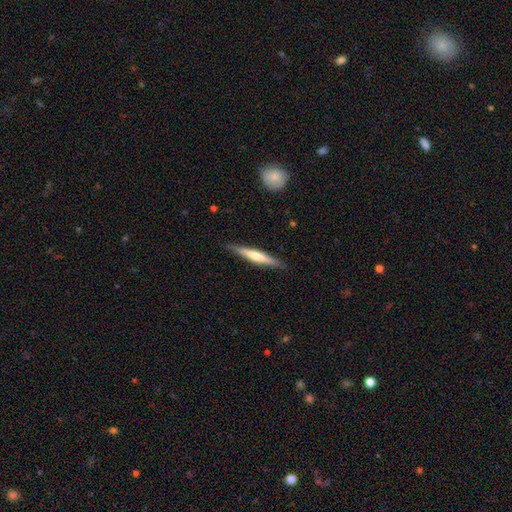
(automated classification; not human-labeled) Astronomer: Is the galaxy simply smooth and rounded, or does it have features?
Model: featured or disk — 48% (runner-up: smooth, 47%).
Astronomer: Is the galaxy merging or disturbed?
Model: none — 88%.